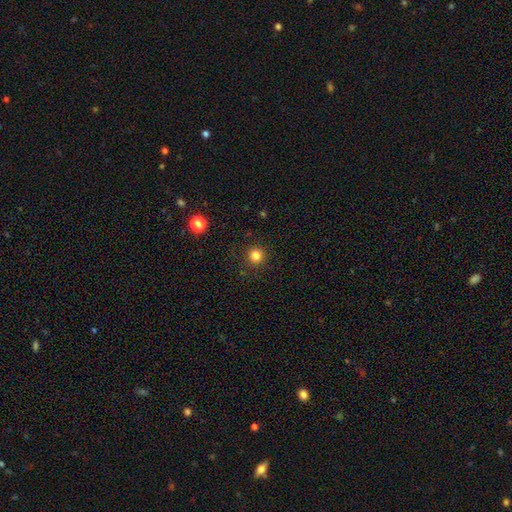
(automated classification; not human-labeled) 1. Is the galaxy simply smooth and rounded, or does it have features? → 82% smooth, 13% star or artifact, 4% featured or disk.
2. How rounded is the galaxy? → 95% round, 4% in between, 1% cigar-shaped.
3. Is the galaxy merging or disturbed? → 91% none, 6% minor disturbance, 2% major disturbance, 1% merger.